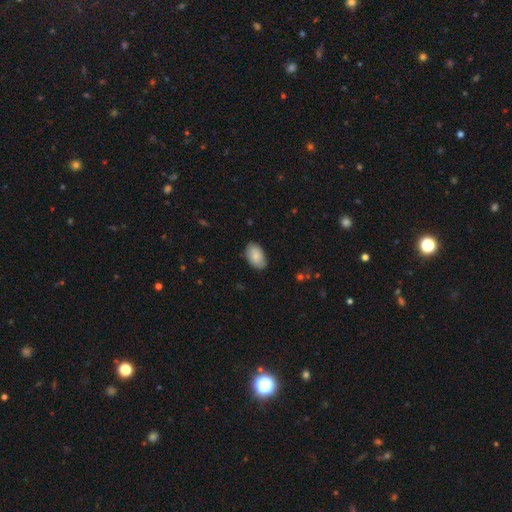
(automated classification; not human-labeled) This is clearly a smooth galaxy (85%). How rounded: clearly in between (94%). Merging: clearly none (83%).